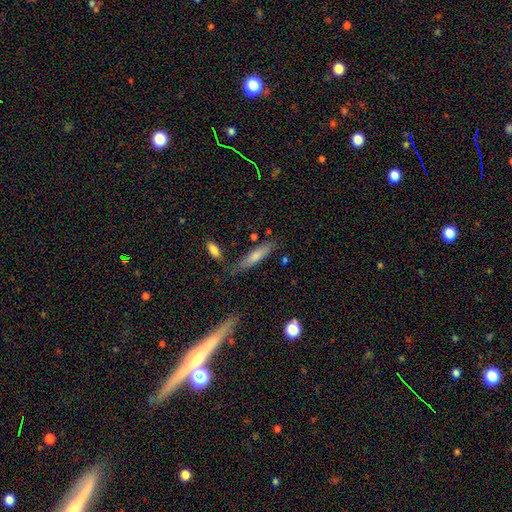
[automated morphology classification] smooth-or-featured: smooth: 62% | featured or disk: 30% | star or artifact: 8%
  how-rounded: cigar-shaped: 80% | in between: 18% | round: 2%
  merging: none: 74% | minor disturbance: 16% | merger: 6% | major disturbance: 4%